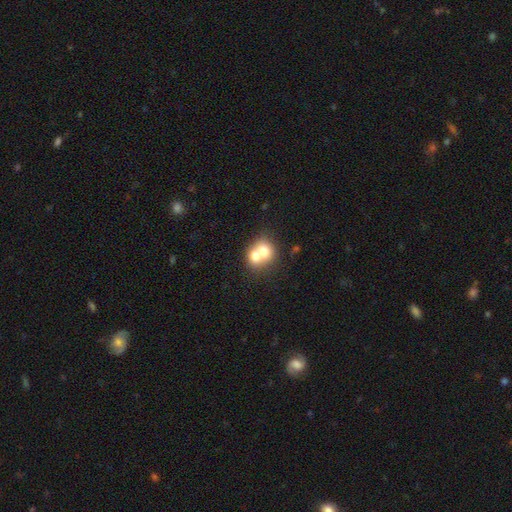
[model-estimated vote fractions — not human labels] The model was most divided on "how rounded": round: 62%, in between: 37%, cigar-shaped: 1%. More confident: merging — merger (70%); smooth or featured — smooth (69%).